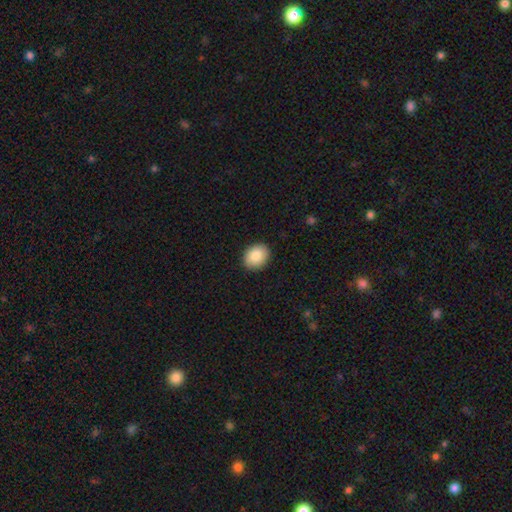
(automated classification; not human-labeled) Smooth or featured? Predicted: smooth (p=0.86). How rounded? Predicted: in between (p=0.50). Merging? Predicted: none (p=0.90).